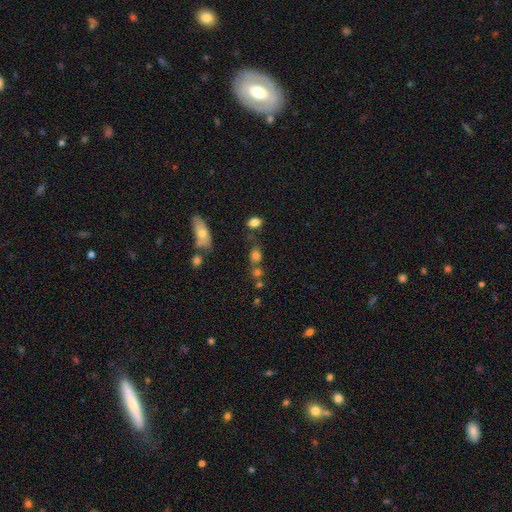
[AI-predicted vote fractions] This appears to be a smooth galaxy with no disk features (75%) that is round (48%, tied with in between). Merging: none (51%).